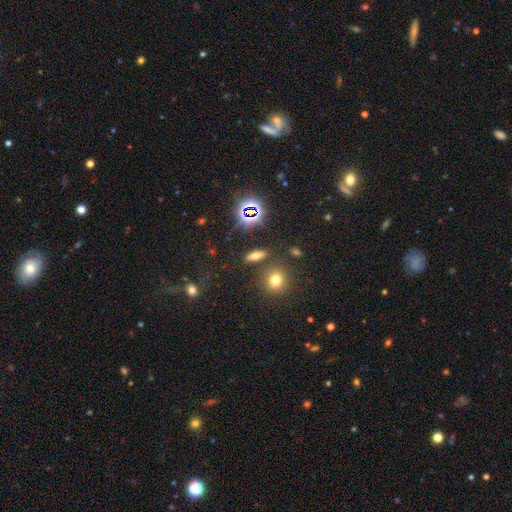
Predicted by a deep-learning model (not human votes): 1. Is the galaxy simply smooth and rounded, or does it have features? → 53% smooth, 31% star or artifact, 17% featured or disk.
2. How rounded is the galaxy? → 51% in between, 36% cigar-shaped, 14% round.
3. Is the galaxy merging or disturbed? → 80% none, 10% minor disturbance, 6% merger, 4% major disturbance.